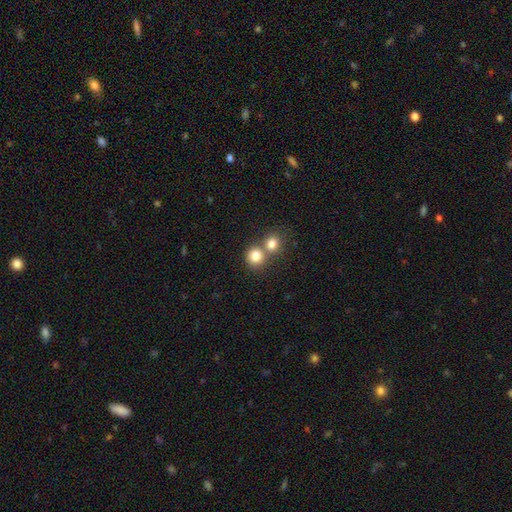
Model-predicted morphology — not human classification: type=smooth (80%); roundness=round (86%); merging=none (48%).